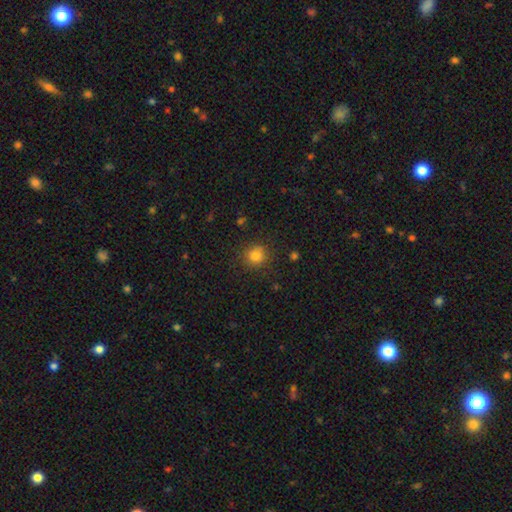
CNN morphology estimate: type=smooth (81%); roundness=round (90%); merging=none (86%).